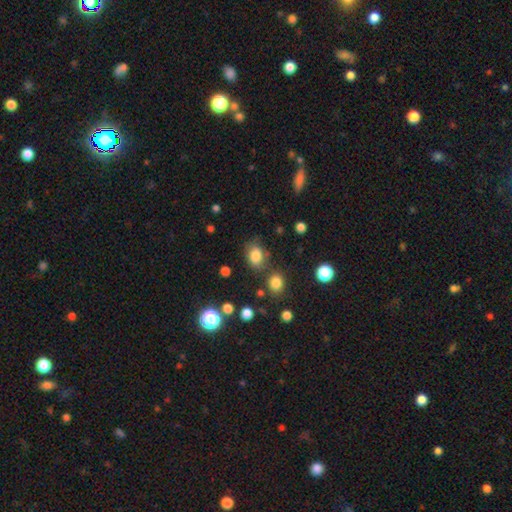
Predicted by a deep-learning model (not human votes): This is clearly a smooth galaxy (80%). How rounded: likely in between (63%). Merging: likely none (68%).